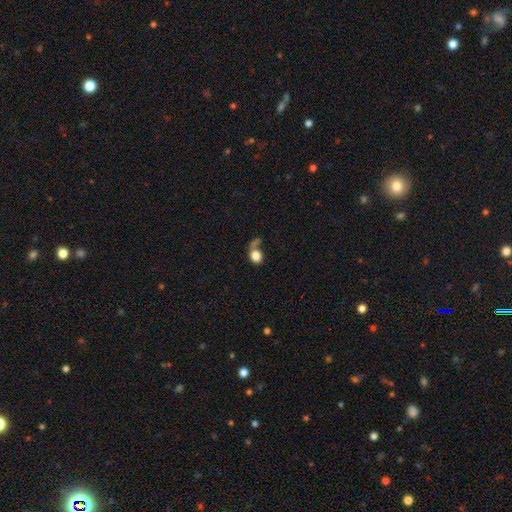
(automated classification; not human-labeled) smooth-or-featured: smooth: 75% | featured or disk: 16% | star or artifact: 9%
  how-rounded: round: 52% | in between: 47% | cigar-shaped: 2%
  merging: none: 32% | major disturbance: 27% | merger: 24% | minor disturbance: 17%